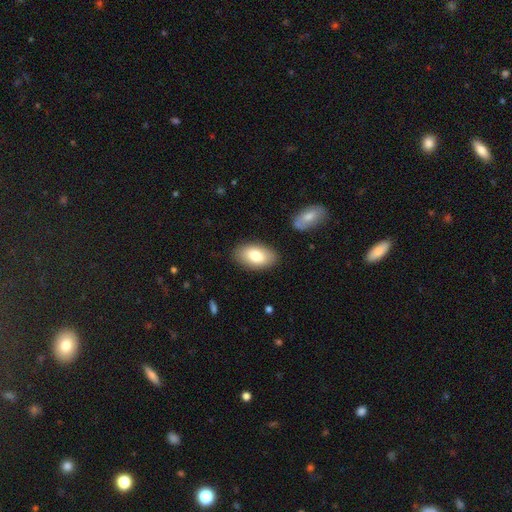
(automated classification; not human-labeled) Q: Smooth or featured?
A: smooth (79%); runner-up: featured or disk (15%)
Q: How rounded?
A: in between (94%); runner-up: round (4%)
Q: Merging?
A: none (86%); runner-up: minor disturbance (10%)